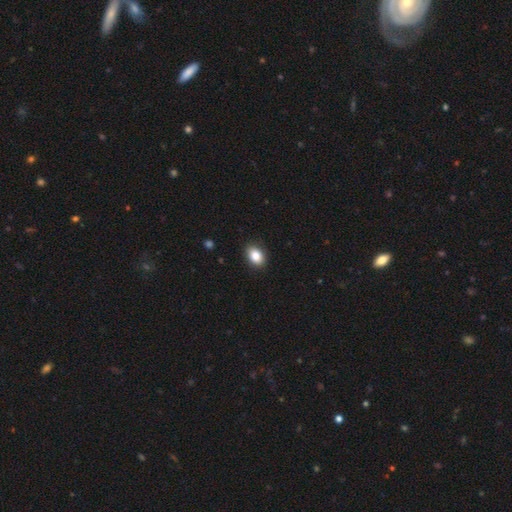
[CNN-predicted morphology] Q: Smooth or featured?
A: smooth (85%); runner-up: star or artifact (9%)
Q: How rounded?
A: in between (77%); runner-up: round (22%)
Q: Merging?
A: none (89%); runner-up: minor disturbance (8%)